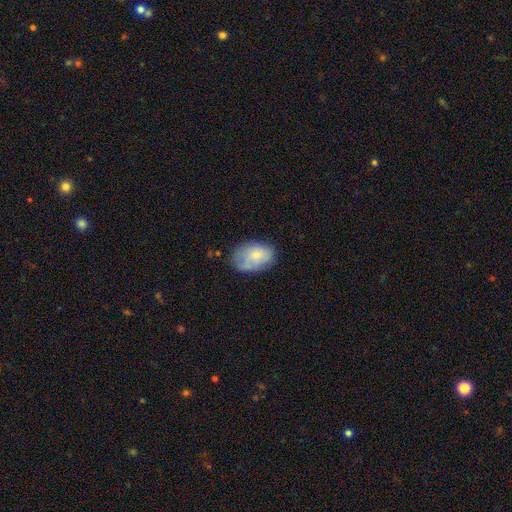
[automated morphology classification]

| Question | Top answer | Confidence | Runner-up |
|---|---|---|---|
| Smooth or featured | smooth | 70% | featured or disk (23%) |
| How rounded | in between | 85% | round (14%) |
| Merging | none | 61% | minor disturbance (28%) |